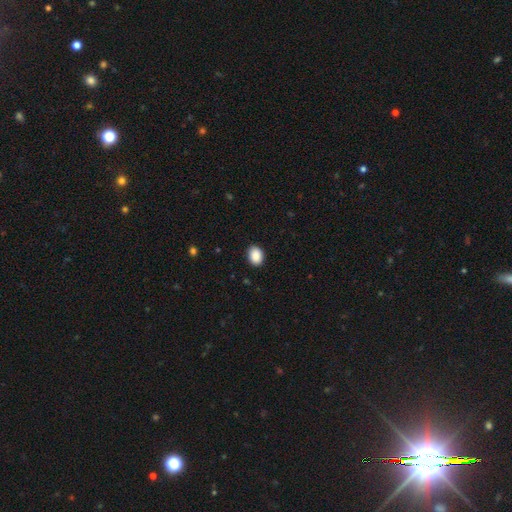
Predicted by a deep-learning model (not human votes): Smooth or featured? Predicted: smooth (p=0.90). How rounded? Predicted: in between (p=0.68). Merging? Predicted: none (p=0.90).